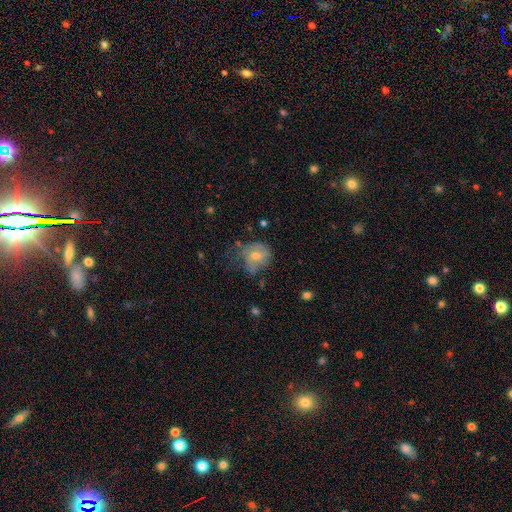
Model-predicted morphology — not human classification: This appears to be a smooth galaxy with no disk features (50%). Merging: none (42%).